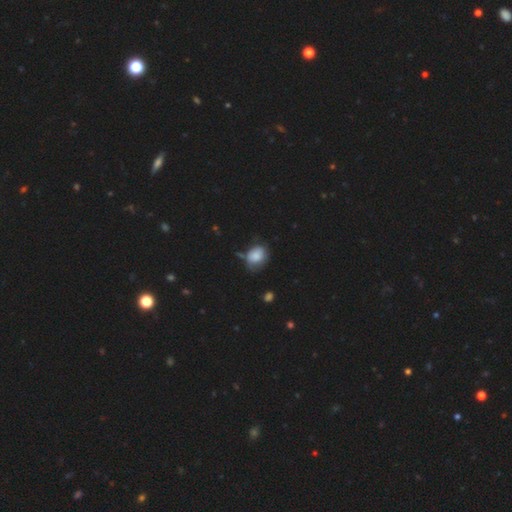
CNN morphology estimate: Smooth or featured? smooth (81%)
How rounded? in between (59%)
Merging? none (49%)